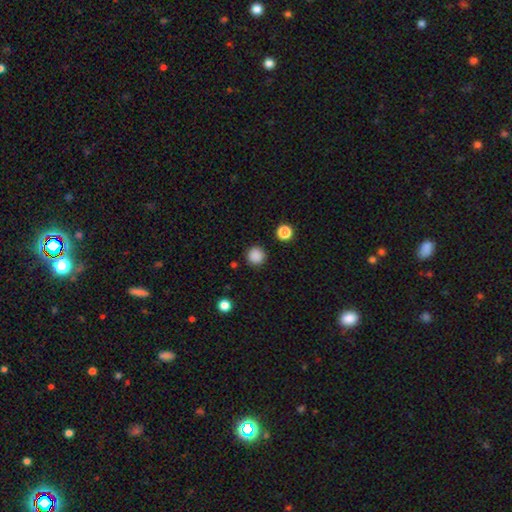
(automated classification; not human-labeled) Q: Smooth or featured?
A: smooth (86%); runner-up: star or artifact (12%)
Q: How rounded?
A: round (94%); runner-up: in between (5%)
Q: Merging?
A: none (90%); runner-up: minor disturbance (6%)